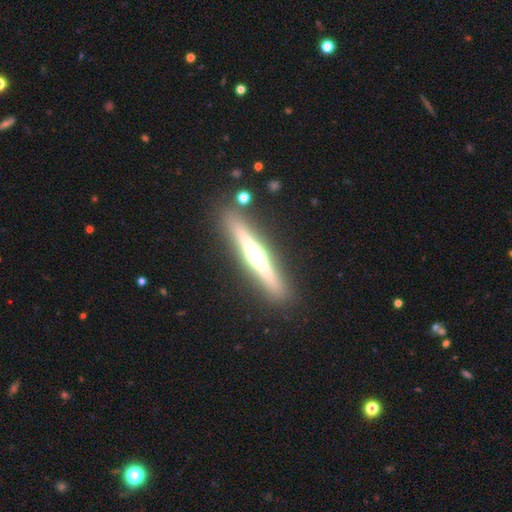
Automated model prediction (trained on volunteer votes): A featured or disk galaxy (68%) viewed edge-on (96%) with a rounded central bulge (89%).

Vote fractions:
- Smooth or featured? featured or disk: 68% / smooth: 25% / star or artifact: 6%
- Edge-on disk? yes: 96% / no: 4%
- Edge-on bulge? rounded: 89% / none: 6% / boxy: 5%
- Merging? none: 88% / minor disturbance: 7% / merger: 2% / major disturbance: 2%